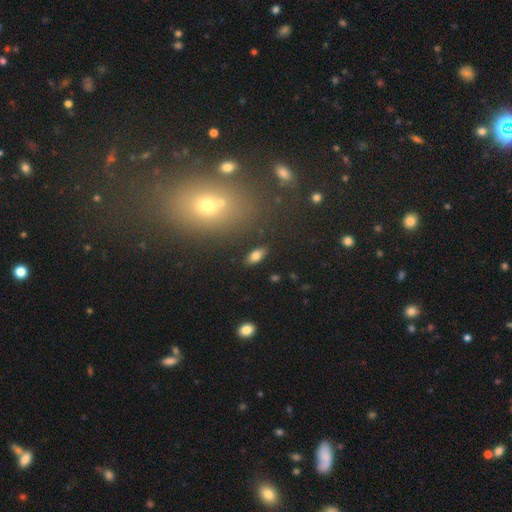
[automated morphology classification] A smooth galaxy with no disk features (78%) that is in between round and cigar-shaped (89%). Merging: none (87%).